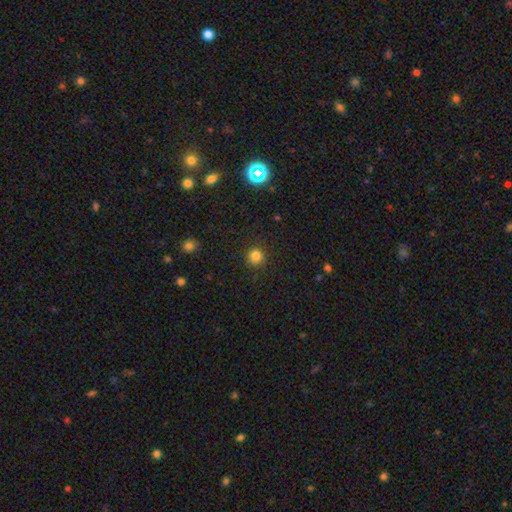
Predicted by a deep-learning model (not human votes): The model was most divided on "smooth or featured": smooth: 82%, star or artifact: 13%, featured or disk: 4%. More confident: how rounded — round (93%); merging — none (89%).